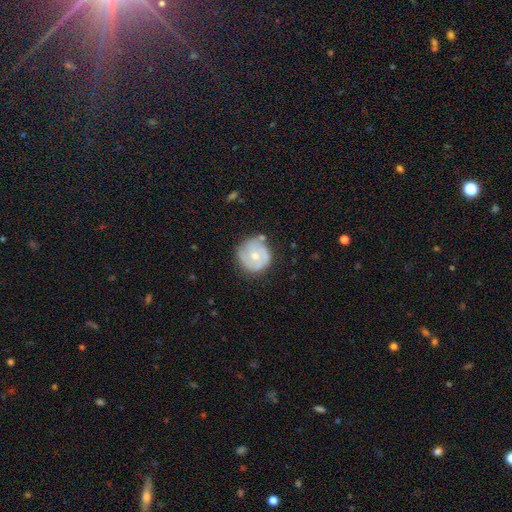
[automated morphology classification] Smooth or featured?
  - featured or disk: 53% *
  - smooth: 41%
  - star or artifact: 6%
Edge-on disk?
  - no: 98% *
  - yes: 2%
Bar?
  - no: 73% *
  - weak: 23%
  - strong: 4%
Spiral arms?
  - yes: 64% *
  - no: 36%
Bulge size?
  - moderate: 58% *
  - small: 37%
  - large: 2%
  - none: 2%
  - dominant: 1%
Merging?
  - none: 69% *
  - minor disturbance: 20%
  - major disturbance: 6%
  - merger: 5%